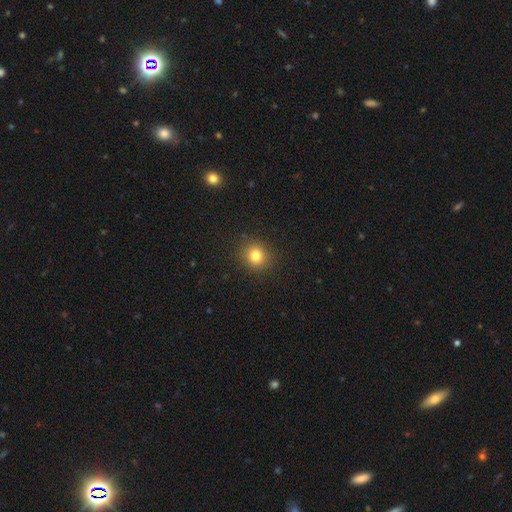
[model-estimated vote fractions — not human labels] Smooth or featured: smooth — 80% (star or artifact — 13%)
How rounded: round — 86% (in between — 13%)
Merging: none — 90% (minor disturbance — 6%)